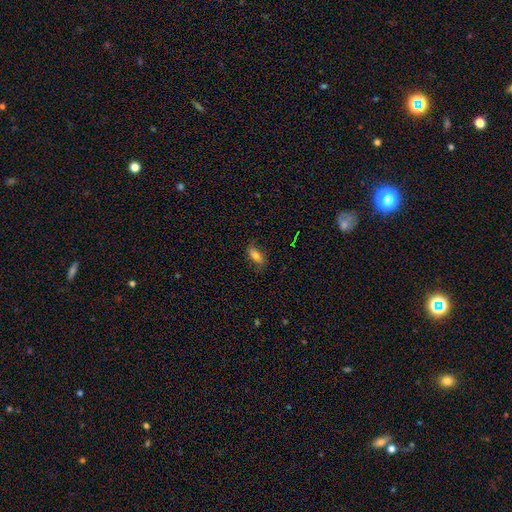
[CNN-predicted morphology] This appears to be a smooth galaxy with no disk features (72%) that is in between round and cigar-shaped (79%). Merging: none (78%).